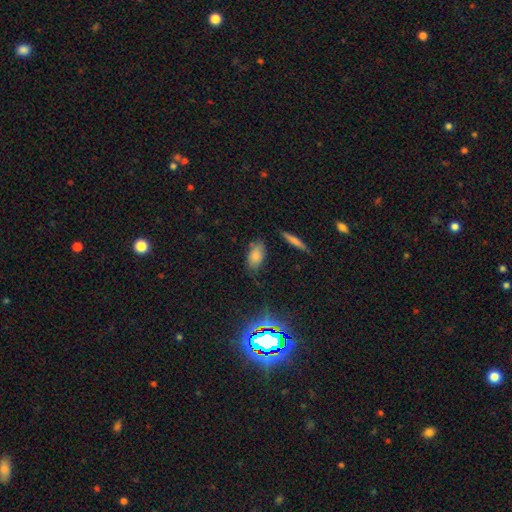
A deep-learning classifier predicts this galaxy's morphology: Q: Smooth or featured?
A: smooth (79%); runner-up: star or artifact (12%)
Q: How rounded?
A: in between (89%); runner-up: cigar-shaped (6%)
Q: Merging?
A: none (72%); runner-up: minor disturbance (20%)